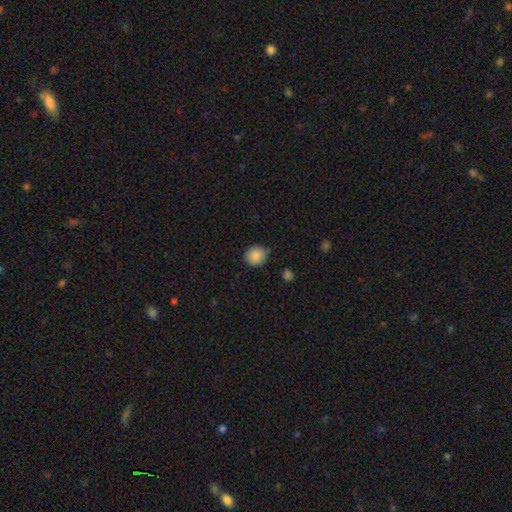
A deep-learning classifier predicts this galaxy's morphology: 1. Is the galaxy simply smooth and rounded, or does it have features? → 87% smooth, 9% star or artifact, 5% featured or disk.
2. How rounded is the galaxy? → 84% round, 15% in between, 1% cigar-shaped.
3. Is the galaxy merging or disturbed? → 79% none, 16% minor disturbance, 3% major disturbance, 2% merger.